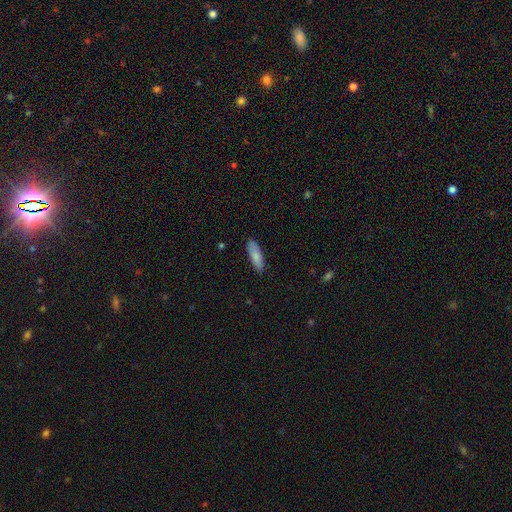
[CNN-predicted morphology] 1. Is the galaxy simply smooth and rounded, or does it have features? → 83% smooth, 11% featured or disk, 6% star or artifact.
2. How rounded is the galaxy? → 53% in between, 45% cigar-shaped, 2% round.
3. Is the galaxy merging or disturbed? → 87% none, 11% minor disturbance, 2% major disturbance, 1% merger.